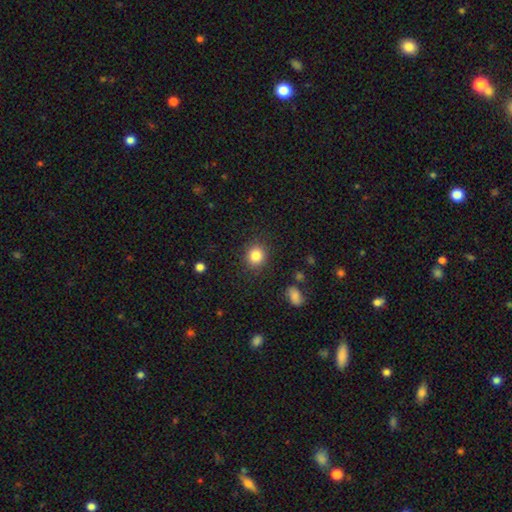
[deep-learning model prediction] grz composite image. It shows a smooth galaxy with no disk features (84%) that is round (82%). Merging: none (89%).